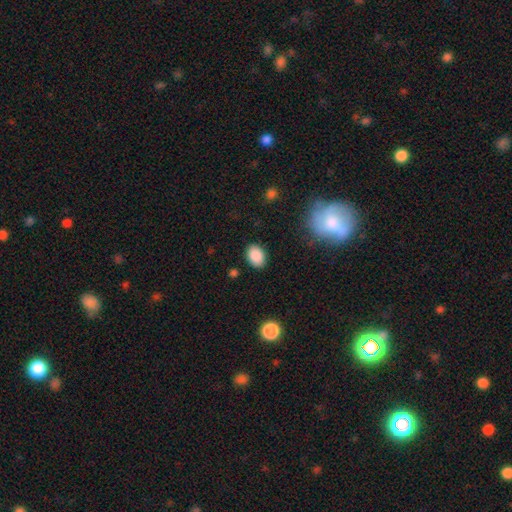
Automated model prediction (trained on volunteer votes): Smooth or featured? smooth (88%)
How rounded? in between (79%)
Merging? none (87%)